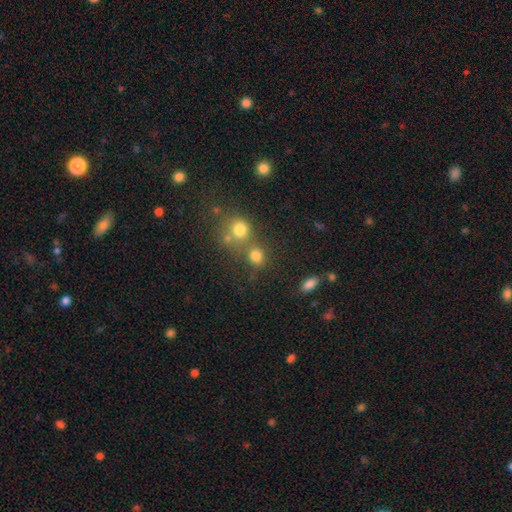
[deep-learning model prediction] Smooth or featured? Predicted: smooth (p=0.79). How rounded? Predicted: round (p=0.77). Merging? Predicted: none (p=0.54).